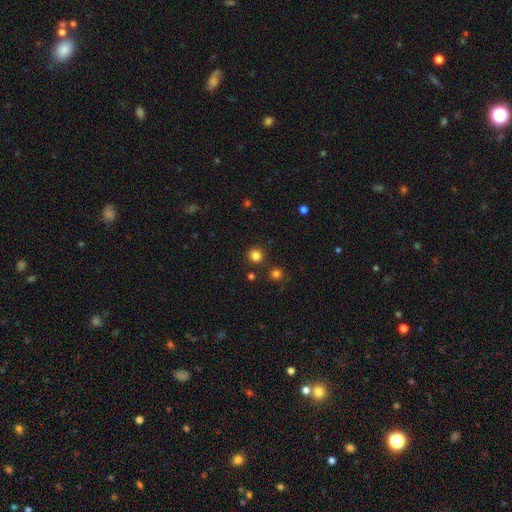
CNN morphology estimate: A smooth galaxy with no disk features (82%) that is round (94%).

Vote fractions:
- Smooth or featured? smooth: 82% / star or artifact: 15% / featured or disk: 4%
- How rounded? round: 94% / in between: 5% / cigar-shaped: 1%
- Merging? none: 88% / minor disturbance: 6% / merger: 5% / major disturbance: 2%